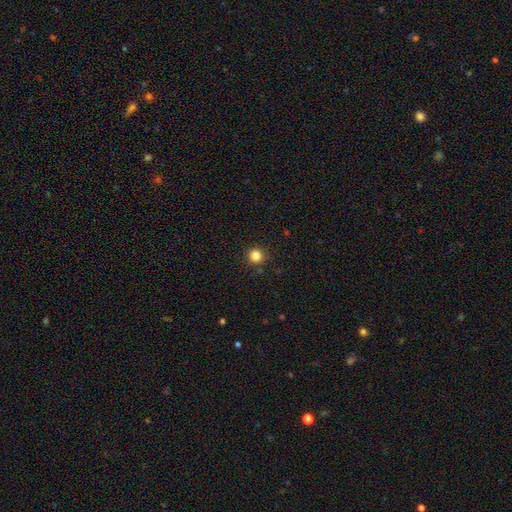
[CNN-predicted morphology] The model was most divided on "smooth or featured": smooth: 83%, star or artifact: 13%, featured or disk: 4%. More confident: how rounded — round (94%); merging — none (91%).